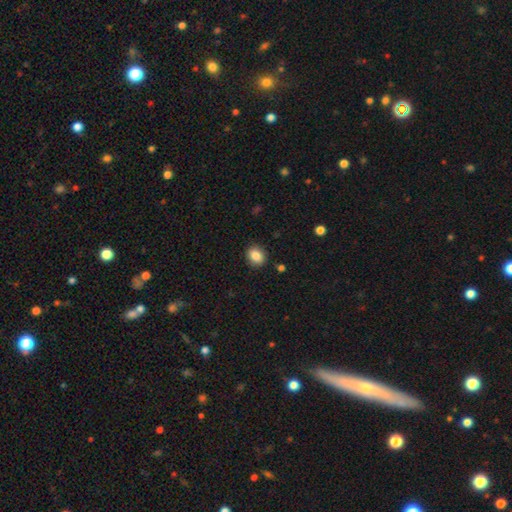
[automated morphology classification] smooth 84%, star or artifact 9%, featured or disk 7%. Down the decision tree: how rounded — round (61%); merging — none (88%).